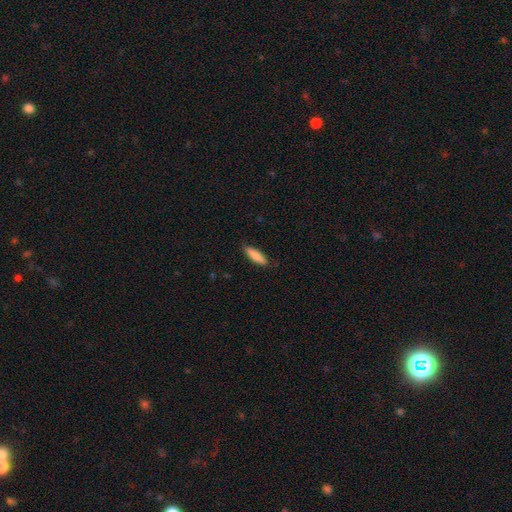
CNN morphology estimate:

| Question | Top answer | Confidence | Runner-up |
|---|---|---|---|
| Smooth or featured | smooth | 81% | featured or disk (14%) |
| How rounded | cigar-shaped | 66% | in between (33%) |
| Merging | none | 84% | minor disturbance (13%) |